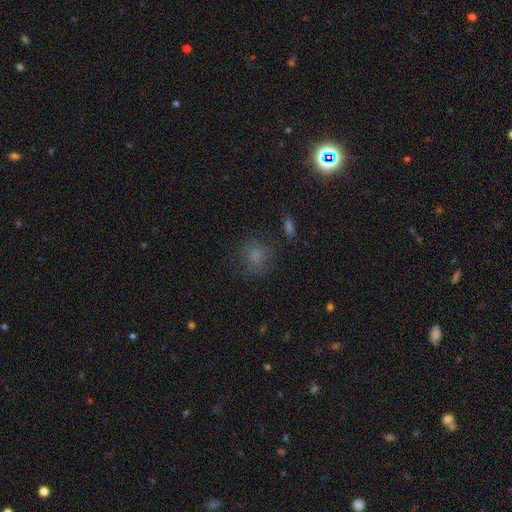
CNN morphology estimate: Overall: smooth (68%). How rounded: round (80%). Merging: none (73%).